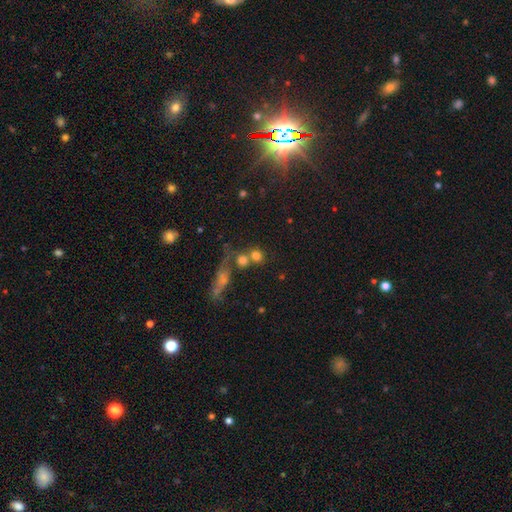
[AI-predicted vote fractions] smooth 73%, star or artifact 15%, featured or disk 12%. Down the decision tree: how rounded — round (83%); merging — none (49%).